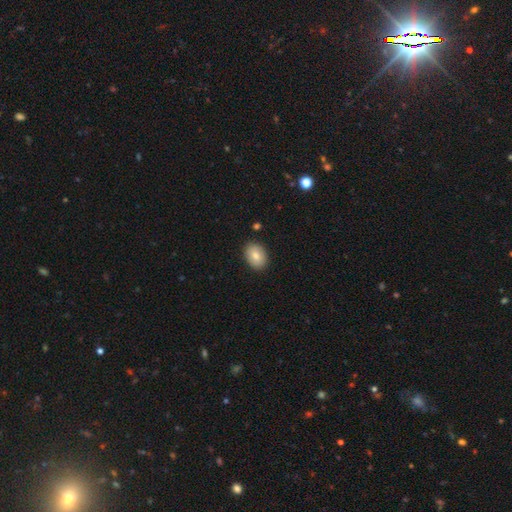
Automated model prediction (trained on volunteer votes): This is clearly a smooth galaxy (82%). How rounded: likely in between (77%). Merging: clearly none (89%).